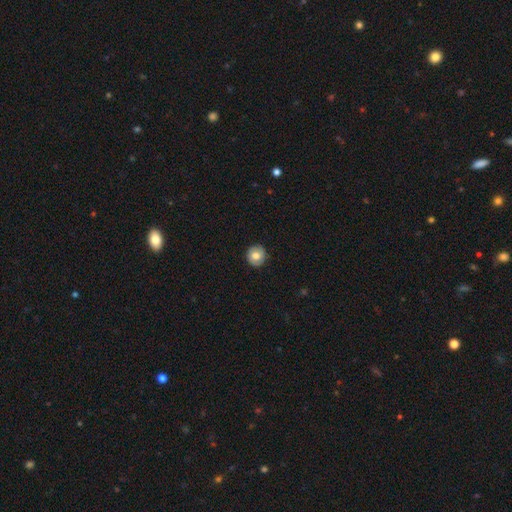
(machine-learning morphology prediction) Q: Smooth or featured?
A: smooth (73%); runner-up: featured or disk (20%)
Q: How rounded?
A: round (90%); runner-up: in between (9%)
Q: Merging?
A: none (89%); runner-up: minor disturbance (8%)